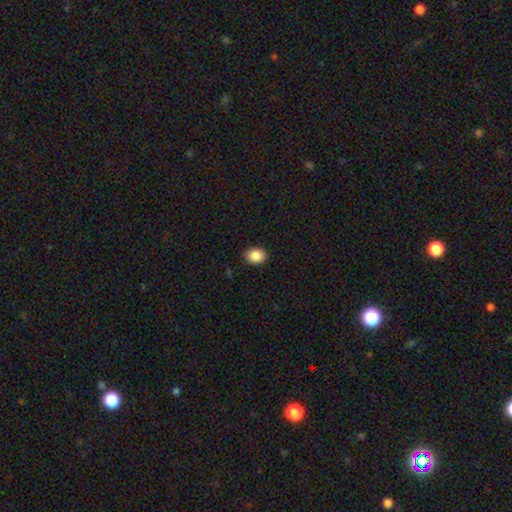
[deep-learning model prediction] Smooth or featured: smooth — 88% (star or artifact — 8%)
How rounded: in between — 64% (round — 36%)
Merging: none — 90% (minor disturbance — 8%)